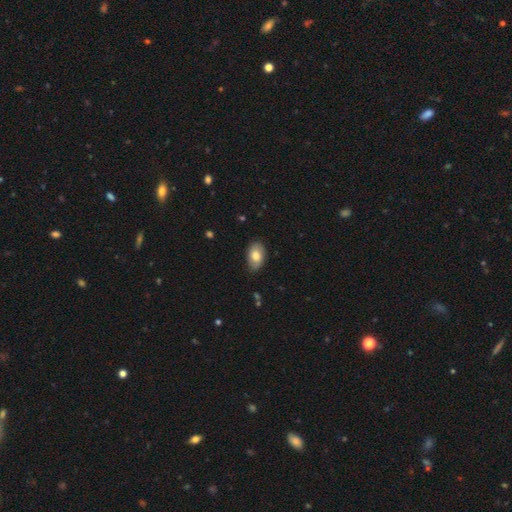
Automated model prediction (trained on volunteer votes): This appears to be a smooth galaxy with no disk features (77%) that is in between round and cigar-shaped (92%). Merging: none (81%).